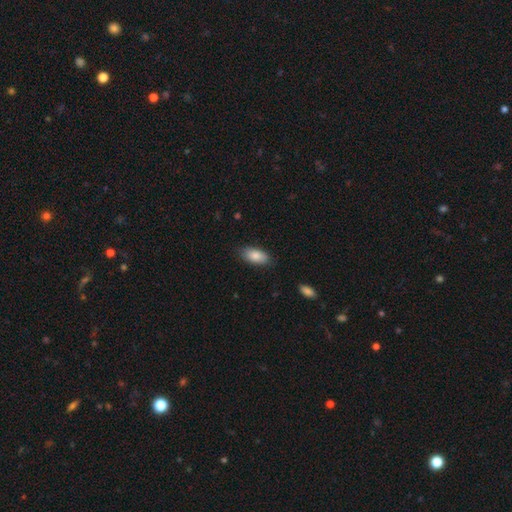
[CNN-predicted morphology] Smooth or featured?
  - smooth: 86% *
  - featured or disk: 7%
  - star or artifact: 6%
How rounded?
  - in between: 91% *
  - cigar-shaped: 6%
  - round: 3%
Merging?
  - none: 85% *
  - minor disturbance: 12%
  - major disturbance: 2%
  - merger: 1%